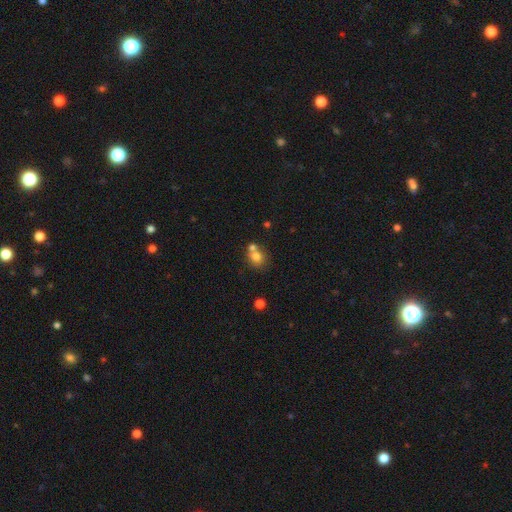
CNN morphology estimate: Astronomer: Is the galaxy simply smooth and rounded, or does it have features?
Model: smooth — 76%.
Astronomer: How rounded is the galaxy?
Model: round — 74%.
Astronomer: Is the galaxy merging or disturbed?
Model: none — 47% (runner-up: merger, 40%).